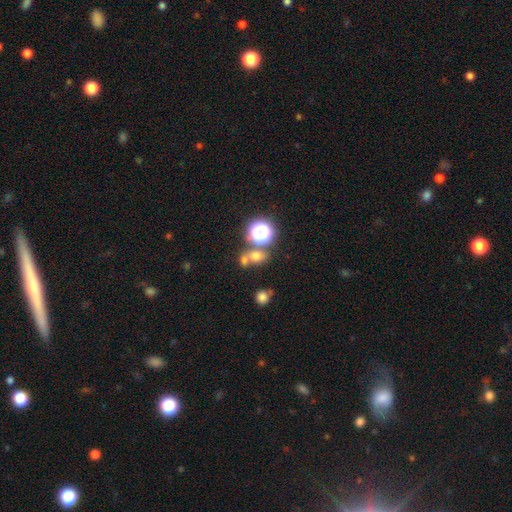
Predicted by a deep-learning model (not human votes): A smooth galaxy with no disk features (63%) that is round (56%). Merging: none (50%).